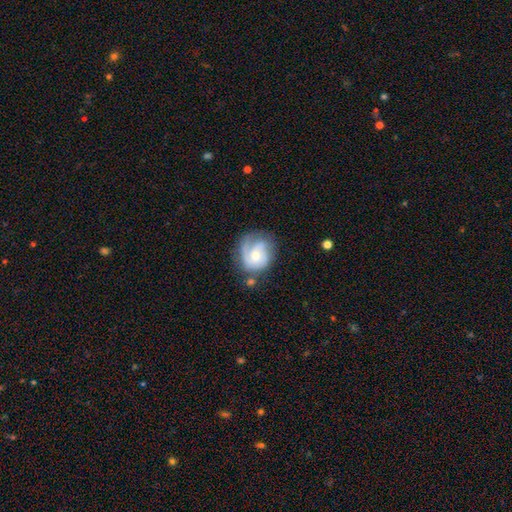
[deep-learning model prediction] The model was most divided on "spiral arm count": 2: 33%, 1: 28%, can't tell: 18%, 3: 16%, 4: 3%, more than 4: 2%. Remaining: edge-on disk — no (98%); spiral arms — yes (91%); smooth or featured — featured or disk (70%); bar — no (68%); merging — none (58%); bulge size — moderate (52%); spiral winding — tight (44%).